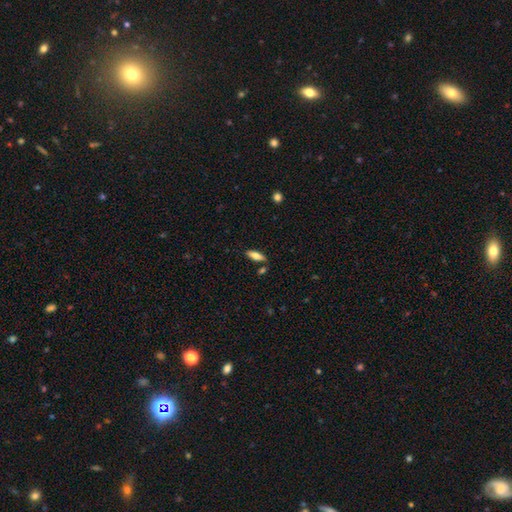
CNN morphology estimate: smooth-or-featured: smooth: 66% | featured or disk: 27% | star or artifact: 7%
  how-rounded: in between: 54% | cigar-shaped: 44% | round: 2%
  merging: none: 81% | minor disturbance: 11% | merger: 6% | major disturbance: 3%